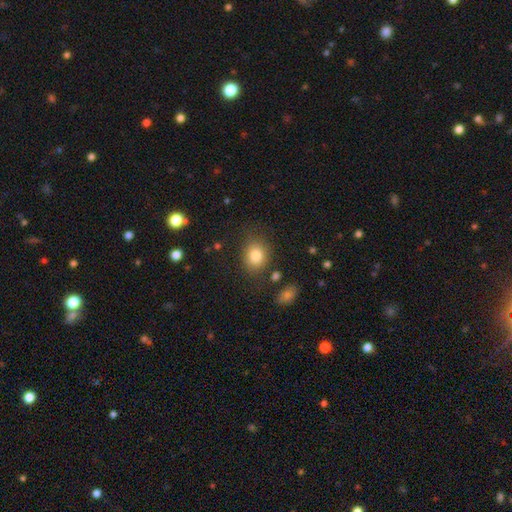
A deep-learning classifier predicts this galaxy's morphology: This is clearly a smooth galaxy (82%). How rounded: possibly round (54%). Merging: likely none (77%).